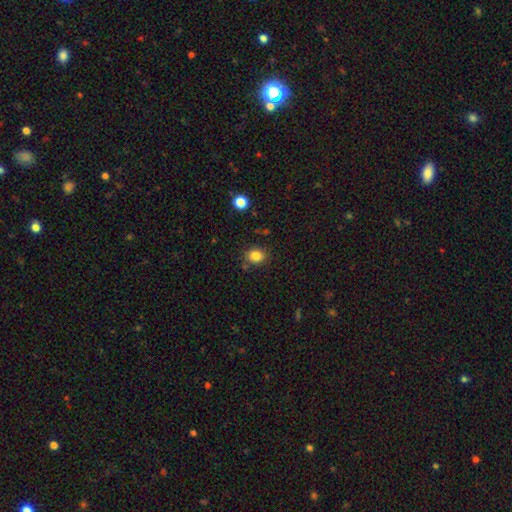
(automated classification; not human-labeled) This appears to be a smooth galaxy with no disk features (84%) that is round (59%). Merging: none (81%).